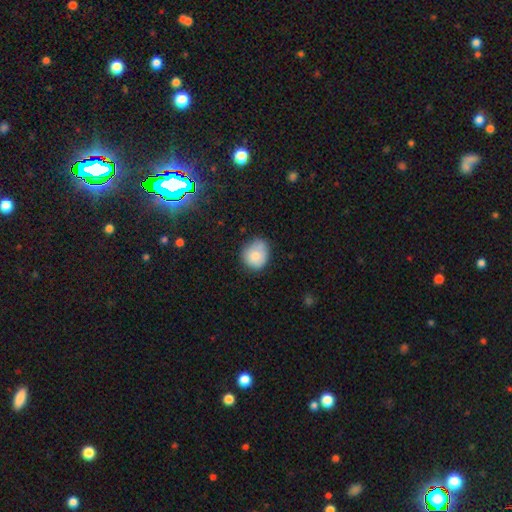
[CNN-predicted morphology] smooth-or-featured: smooth: 80% | featured or disk: 12% | star or artifact: 8%
  how-rounded: round: 70% | in between: 30% | cigar-shaped: 1%
  merging: none: 57% | minor disturbance: 32% | major disturbance: 7% | merger: 4%